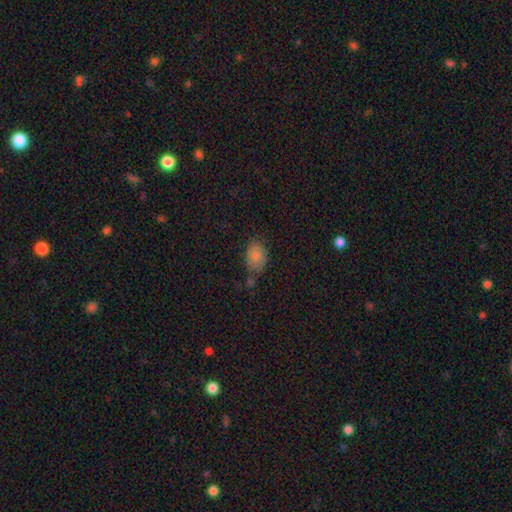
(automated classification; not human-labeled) This is clearly a smooth galaxy (80%). How rounded: likely in between (76%). Merging: likely none (61%).